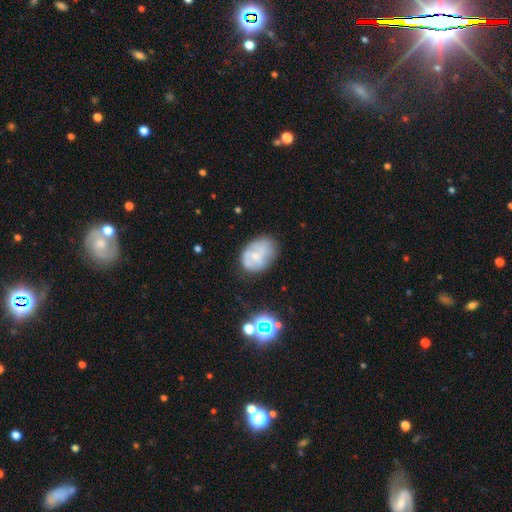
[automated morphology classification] type=smooth (51%); roundness=in between (74%); merging=none (54%).